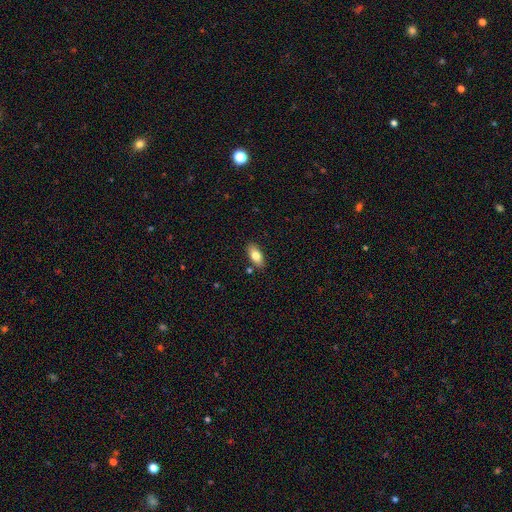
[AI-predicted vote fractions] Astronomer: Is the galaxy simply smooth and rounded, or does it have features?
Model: smooth — 79%.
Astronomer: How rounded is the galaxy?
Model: in between — 89%.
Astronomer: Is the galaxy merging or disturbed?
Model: none — 85%.